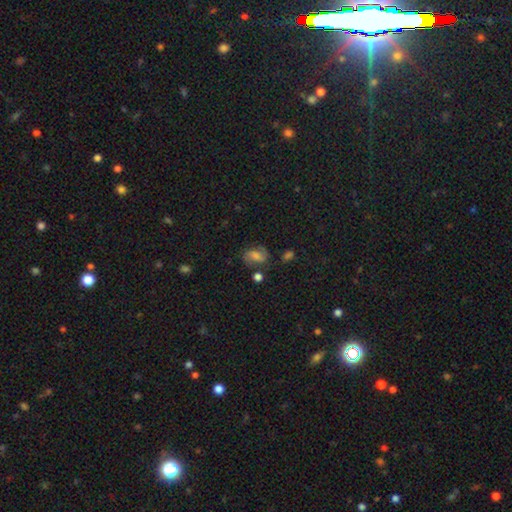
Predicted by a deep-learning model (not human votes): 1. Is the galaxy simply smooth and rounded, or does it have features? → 43% smooth, 42% featured or disk, 15% star or artifact.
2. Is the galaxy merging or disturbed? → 66% none, 19% minor disturbance, 9% major disturbance, 6% merger.